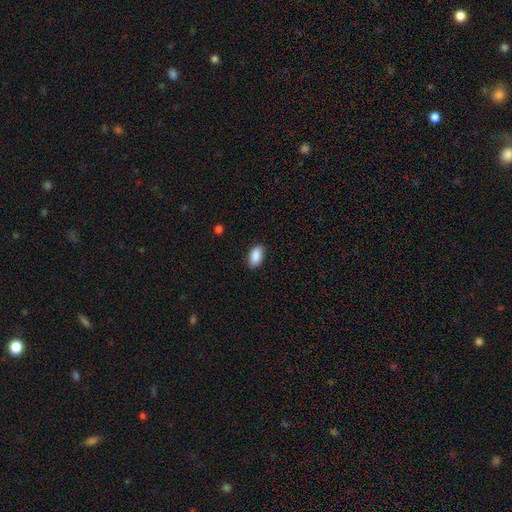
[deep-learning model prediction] Q: Smooth or featured?
A: smooth (89%); runner-up: star or artifact (7%)
Q: How rounded?
A: in between (93%); runner-up: round (4%)
Q: Merging?
A: none (87%); runner-up: minor disturbance (10%)